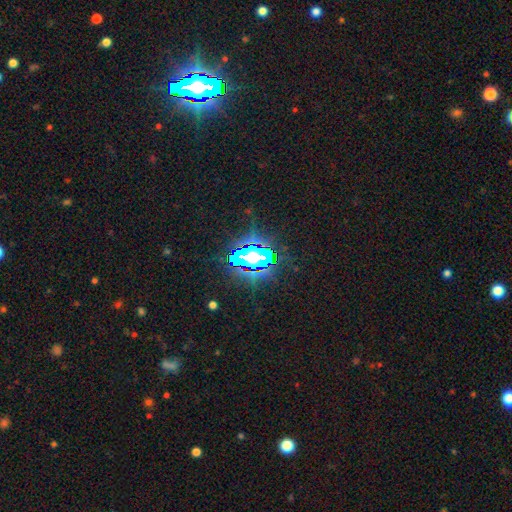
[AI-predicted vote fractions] Smooth or featured? star or artifact (57%)